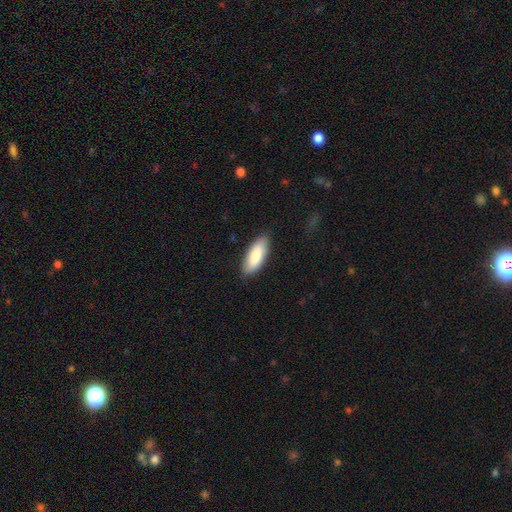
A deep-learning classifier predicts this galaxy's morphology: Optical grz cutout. It shows a smooth galaxy with no disk features (84%) that is in between round and cigar-shaped (77%). Merging: none (85%).